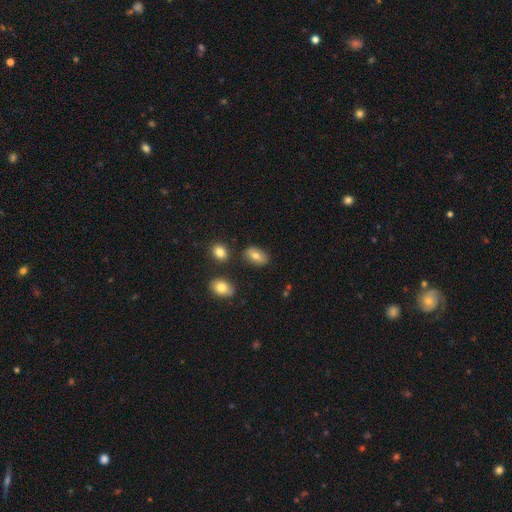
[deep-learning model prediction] Smooth or featured? smooth (73%)
How rounded? in between (89%)
Merging? none (81%)